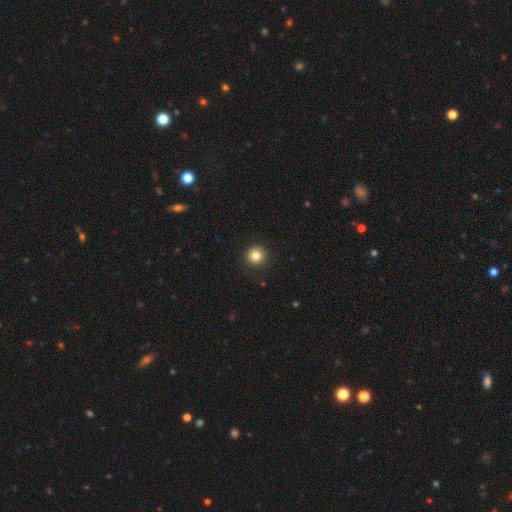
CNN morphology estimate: Overall: smooth (83%). How rounded: round (96%). Merging: none (92%).